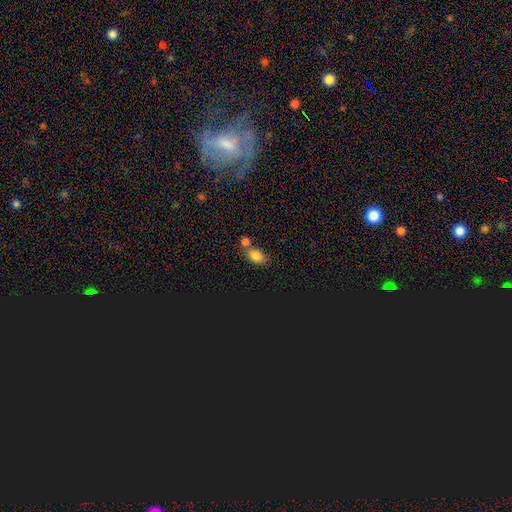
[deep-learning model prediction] This appears to be a smooth galaxy with no disk features (77%) that is in between round and cigar-shaped (74%). Merging: none (46%).